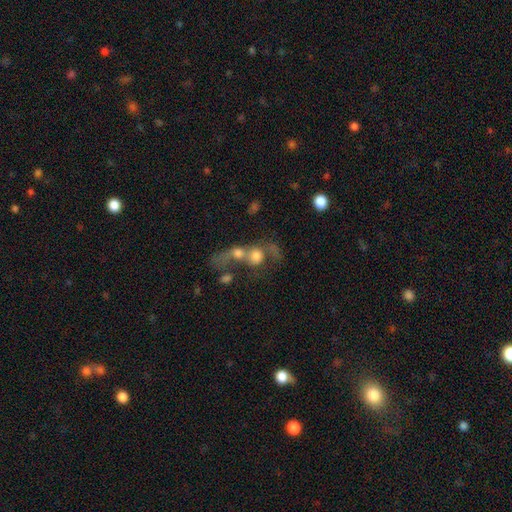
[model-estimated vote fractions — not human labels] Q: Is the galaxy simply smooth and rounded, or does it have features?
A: smooth — 60%.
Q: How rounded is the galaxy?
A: round — 69%.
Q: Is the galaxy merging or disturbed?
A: merger — 66%.